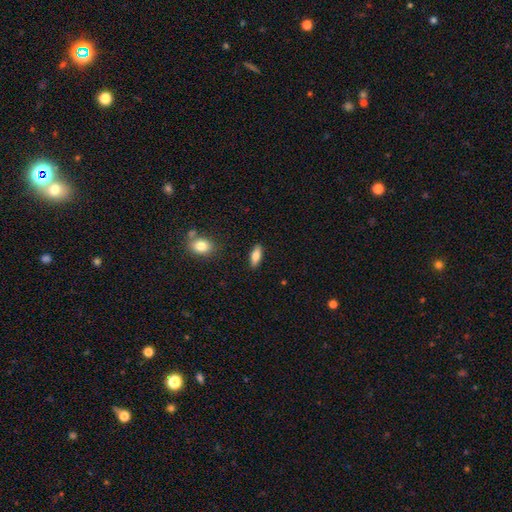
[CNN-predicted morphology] Smooth or featured? smooth (79%)
How rounded? in between (75%)
Merging? none (88%)